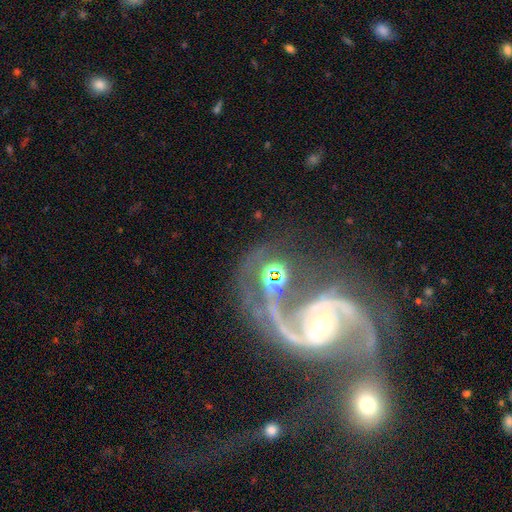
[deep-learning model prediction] A featured or disk galaxy (87%) with no bar (44%), 2 (88%) medium (49%) spiral arms (96%) and a small central bulge (58%).

Vote fractions:
- Smooth or featured? featured or disk: 87% / star or artifact: 7% / smooth: 6%
- Edge-on disk? no: 97% / yes: 3%
- Bar? no: 44% / weak: 35% / strong: 21%
- Spiral arms? yes: 96% / no: 4%
- Spiral winding? medium: 49% / loose: 38% / tight: 13%
- Spiral arm count? 2: 88% / can't tell: 3% / 1: 3% / 3: 3% / 4: 2% / more than 4: 2%
- Bulge size? small: 58% / moderate: 35% / large: 3% / none: 2% / dominant: 1%
- Merging? merger: 35% / none: 31% / major disturbance: 19% / minor disturbance: 14%